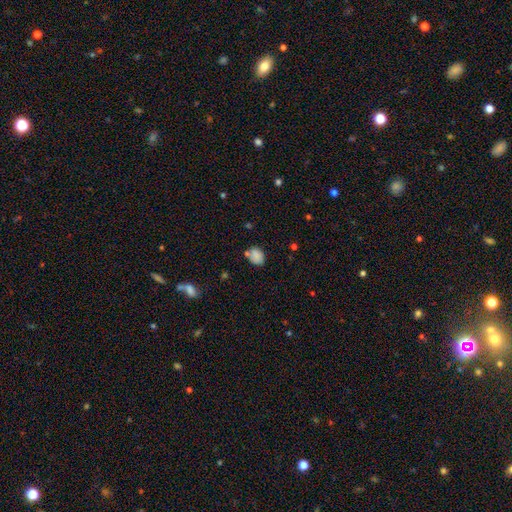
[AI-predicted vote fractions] Overall: smooth (81%). How rounded: in between (60%; round 39%). Merging: none (59%; minor disturbance 23%).